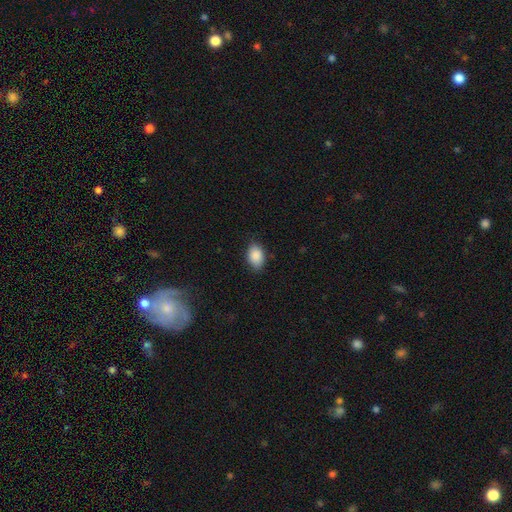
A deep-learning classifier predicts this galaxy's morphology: smooth 89%, star or artifact 7%, featured or disk 4%. Down the decision tree: how rounded — in between (87%); merging — none (83%).